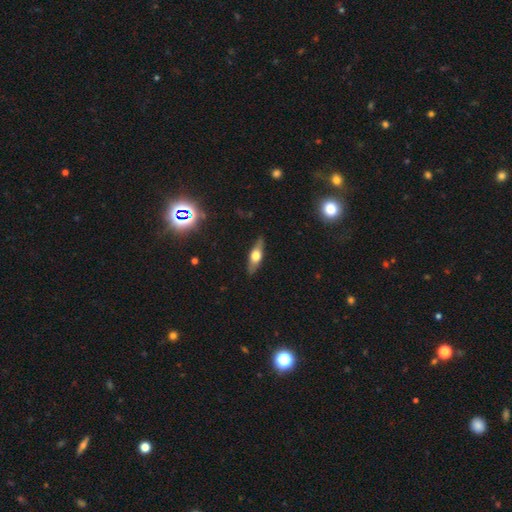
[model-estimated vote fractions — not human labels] smooth-or-featured: featured or disk: 50% | smooth: 42% | star or artifact: 7%
  disk-edge-on: yes: 87% | no: 13%
  merging: none: 87% | minor disturbance: 10% | major disturbance: 2% | merger: 1%